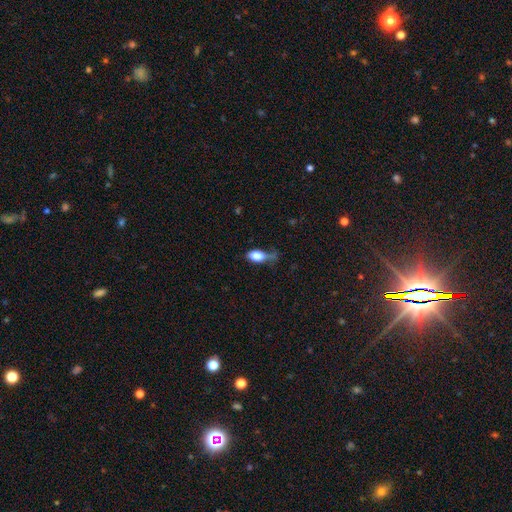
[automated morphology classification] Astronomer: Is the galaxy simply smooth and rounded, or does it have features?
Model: smooth — 77%.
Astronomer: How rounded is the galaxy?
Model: in between — 83%.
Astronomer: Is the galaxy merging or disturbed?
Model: minor disturbance — 33% (runner-up: none, 32%).